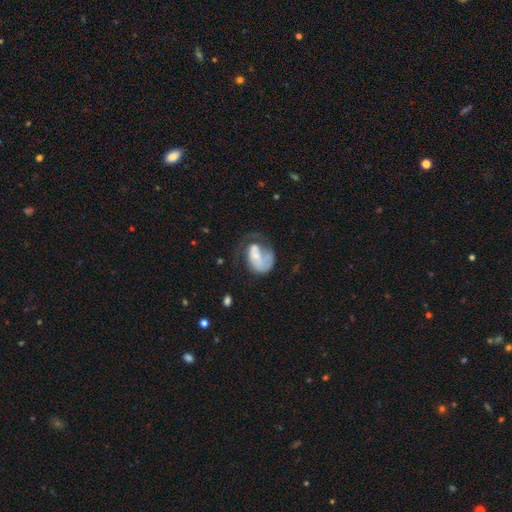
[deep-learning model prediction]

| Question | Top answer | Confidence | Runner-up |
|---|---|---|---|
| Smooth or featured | featured or disk | 59% | smooth (34%) |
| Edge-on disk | no | 98% | yes (2%) |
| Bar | no | 68% | weak (25%) |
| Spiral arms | yes | 68% | no (32%) |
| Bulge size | small | 54% | moderate (27%) |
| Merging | major disturbance | 49% | none (24%) |